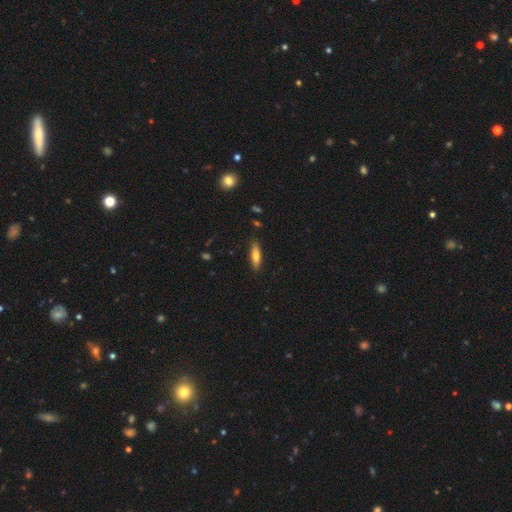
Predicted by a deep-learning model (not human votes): A smooth galaxy with no disk features (71%) that is cigar-shaped (66%).

Vote fractions:
- Smooth or featured? smooth: 71% / featured or disk: 23% / star or artifact: 7%
- How rounded? cigar-shaped: 66% / in between: 32% / round: 2%
- Merging? none: 87% / minor disturbance: 10% / major disturbance: 2% / merger: 1%